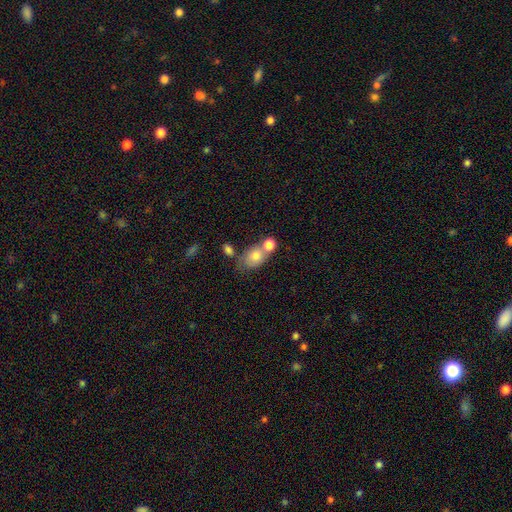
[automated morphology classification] smooth-or-featured: smooth: 73% | featured or disk: 18% | star or artifact: 9%
  how-rounded: in between: 65% | round: 33% | cigar-shaped: 2%
  merging: merger: 48% | none: 35% | minor disturbance: 12% | major disturbance: 6%